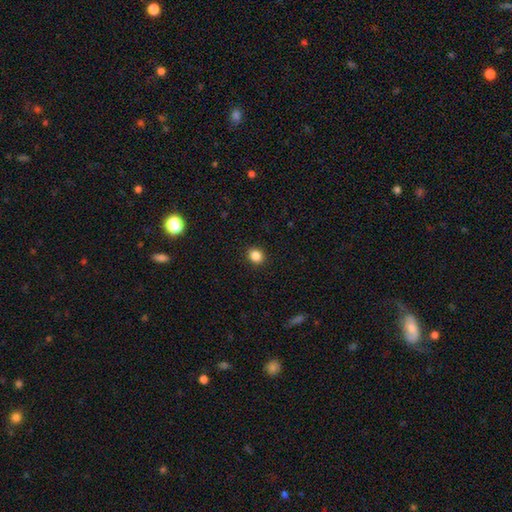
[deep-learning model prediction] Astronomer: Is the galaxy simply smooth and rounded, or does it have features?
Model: smooth — 86%.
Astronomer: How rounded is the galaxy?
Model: round — 72%.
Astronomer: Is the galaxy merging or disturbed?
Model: none — 92%.